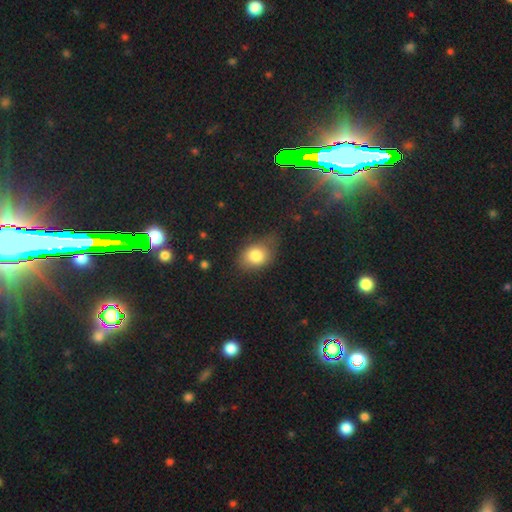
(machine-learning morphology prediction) Smooth or featured? Predicted: smooth (p=0.81). How rounded? Predicted: in between (p=0.65). Merging? Predicted: none (p=0.54).